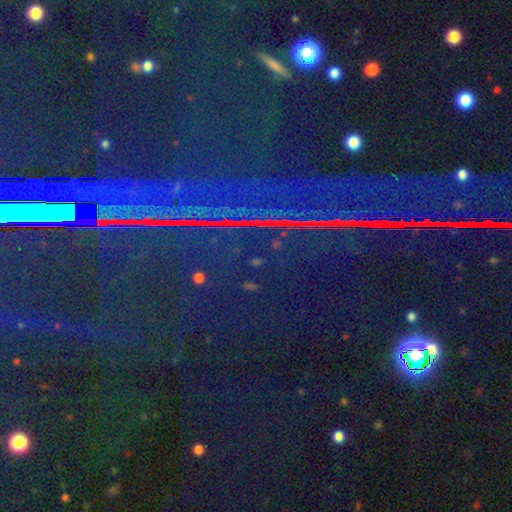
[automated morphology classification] A star or artifact, not a galaxy (88%).